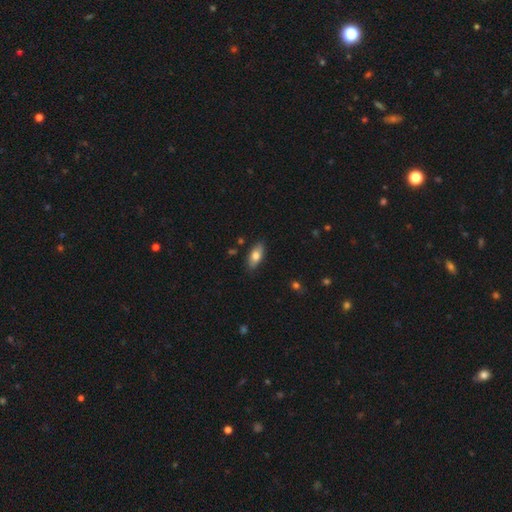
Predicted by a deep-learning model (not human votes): The model was most divided on "smooth or featured": smooth: 75%, featured or disk: 18%, star or artifact: 6%. More confident: merging — none (86%); how rounded — in between (85%).